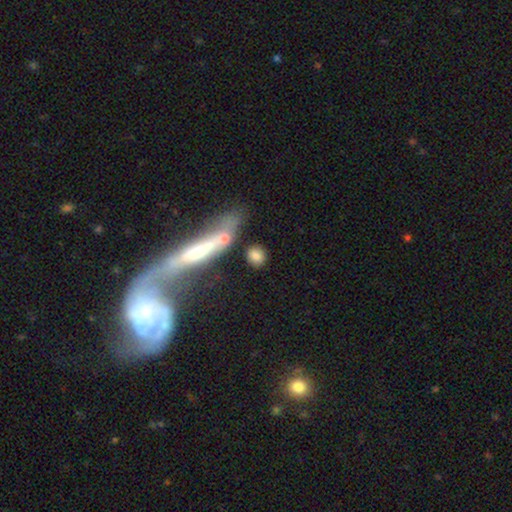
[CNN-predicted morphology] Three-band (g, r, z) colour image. It shows a smooth galaxy with no disk features (81%) that is round (60%). Merging: none (72%).